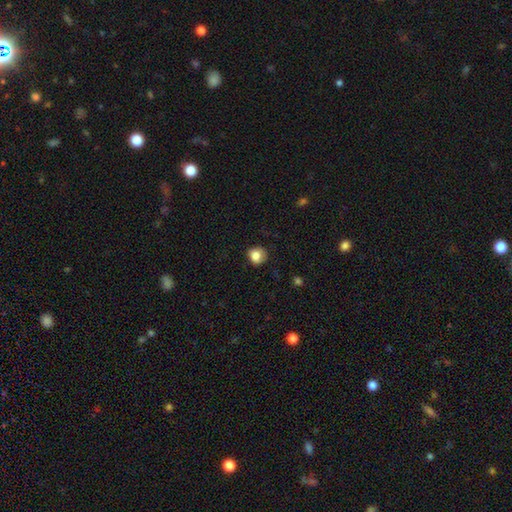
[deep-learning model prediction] This is clearly a smooth galaxy (83%). How rounded: clearly round (81%). Merging: likely none (73%).